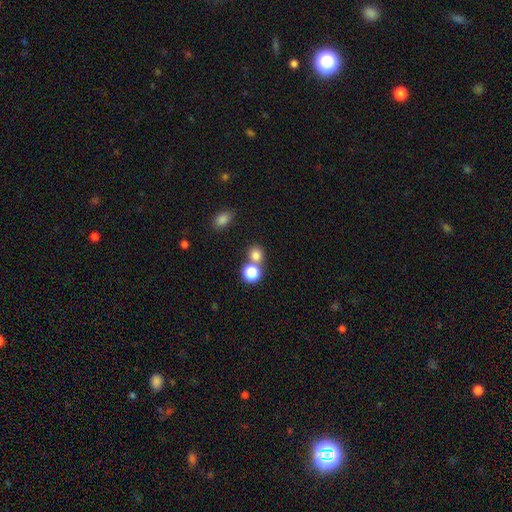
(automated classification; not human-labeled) This appears to be a smooth galaxy with no disk features (79%) that is round (80%). Merging: none (56%).